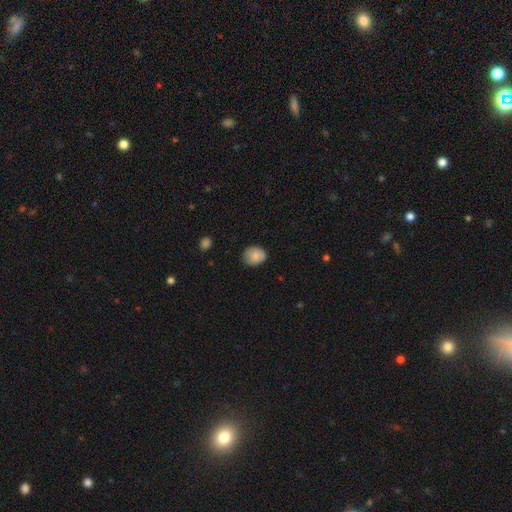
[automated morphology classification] This appears to be a smooth galaxy with no disk features (83%) that is round (59%). Merging: none (75%).